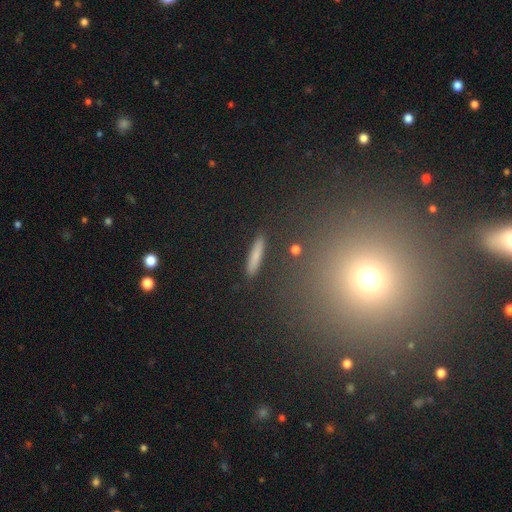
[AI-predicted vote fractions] smooth-or-featured: smooth: 77% | featured or disk: 14% | star or artifact: 9%
  how-rounded: cigar-shaped: 90% | in between: 8% | round: 2%
  merging: none: 88% | minor disturbance: 8% | major disturbance: 2% | merger: 2%